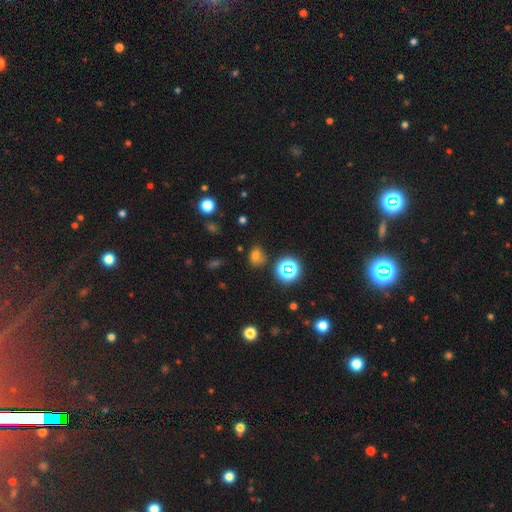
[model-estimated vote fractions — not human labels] Smooth or featured? Predicted: smooth (p=0.66). How rounded? Predicted: round (p=0.50). Merging? Predicted: none (p=0.73).